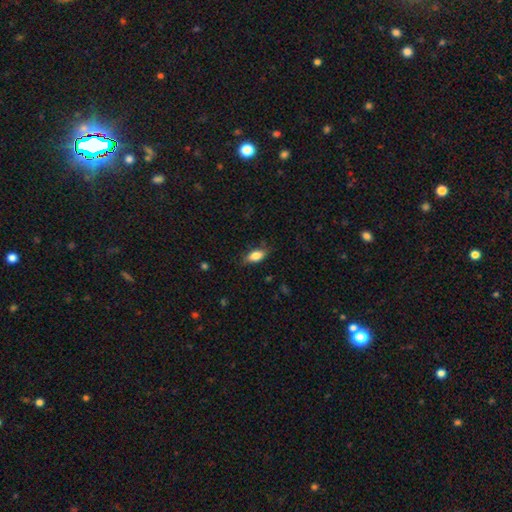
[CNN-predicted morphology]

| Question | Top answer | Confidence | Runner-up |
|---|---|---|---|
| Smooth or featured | smooth | 81% | featured or disk (12%) |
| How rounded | in between | 85% | cigar-shaped (11%) |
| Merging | none | 77% | minor disturbance (18%) |